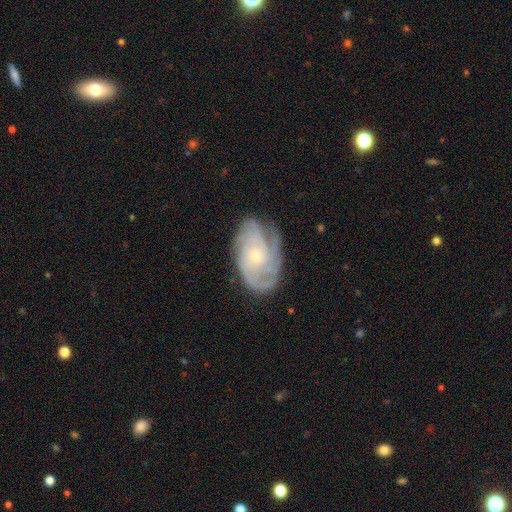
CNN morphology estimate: featured or disk 85%, smooth 9%, star or artifact 6%. Down the decision tree: edge-on disk — no (97%); bar — no (77%); spiral arms — yes (96%); spiral arm count — 3 (31%); spiral winding — tight (60%); bulge size — small (74%); merging — none (73%).